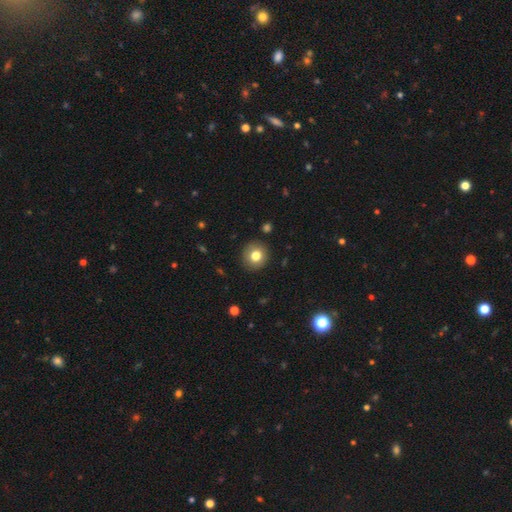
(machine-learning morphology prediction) The model was most divided on "smooth or featured": smooth: 79%, featured or disk: 11%, star or artifact: 10%. More confident: merging — none (90%); how rounded — round (89%).